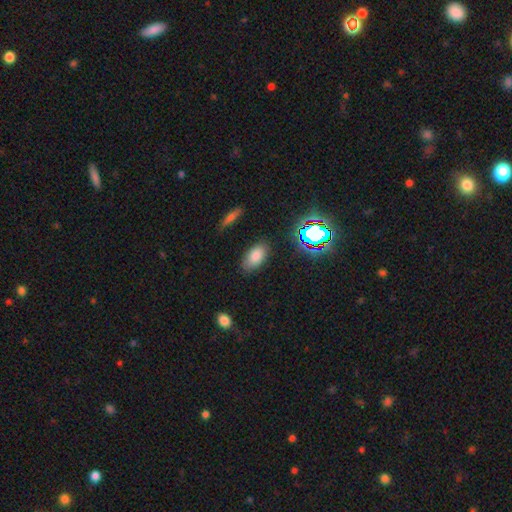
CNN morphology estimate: A smooth galaxy with no disk features (78%) that is in between round and cigar-shaped (92%).

Vote fractions:
- Smooth or featured? smooth: 78% / star or artifact: 13% / featured or disk: 8%
- How rounded? in between: 92% / round: 6% / cigar-shaped: 3%
- Merging? none: 82% / minor disturbance: 13% / major disturbance: 3% / merger: 2%